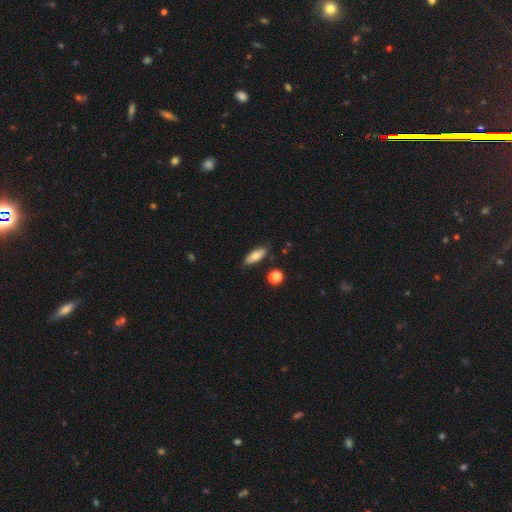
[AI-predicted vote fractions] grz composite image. It shows a smooth galaxy with no disk features (72%) that is in between round and cigar-shaped (72%). Merging: none (84%).